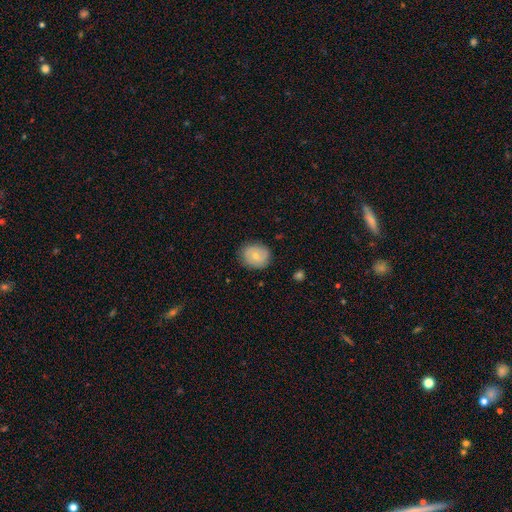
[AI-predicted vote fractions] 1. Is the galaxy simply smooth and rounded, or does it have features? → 59% smooth, 33% featured or disk, 7% star or artifact.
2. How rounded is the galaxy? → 72% round, 27% in between, 1% cigar-shaped.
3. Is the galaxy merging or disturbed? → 81% none, 15% minor disturbance, 3% major disturbance, 1% merger.